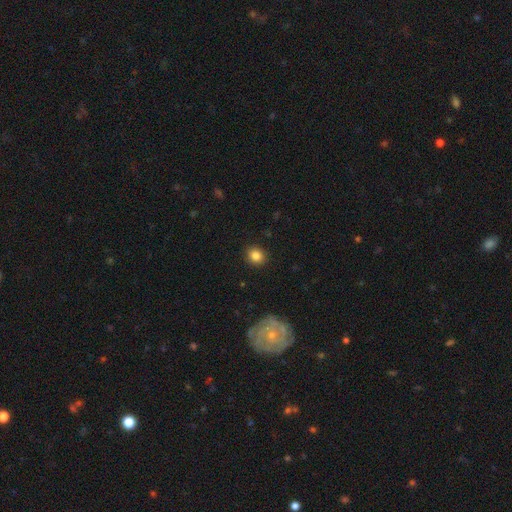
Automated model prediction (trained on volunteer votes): Overall: smooth (85%). How rounded: round (75%). Merging: none (90%).